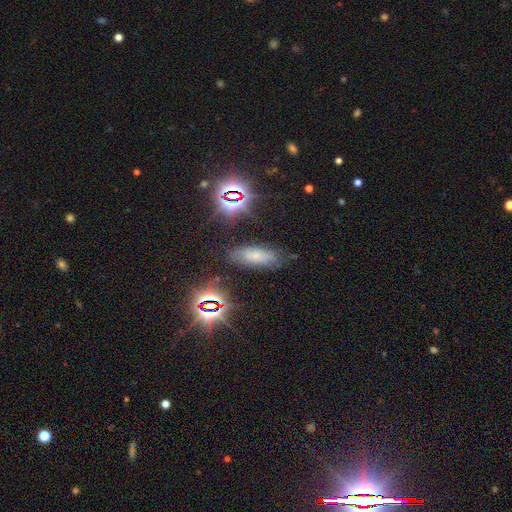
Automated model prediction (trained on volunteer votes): Smooth or featured: smooth — 41% (star or artifact — 32%)
Merging: none — 74% (minor disturbance — 17%)